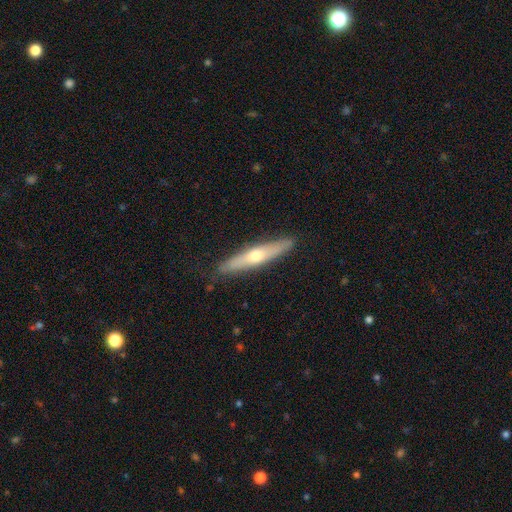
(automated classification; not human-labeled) A featured or disk galaxy (53%) viewed edge-on (89%). Merging: none (87%).